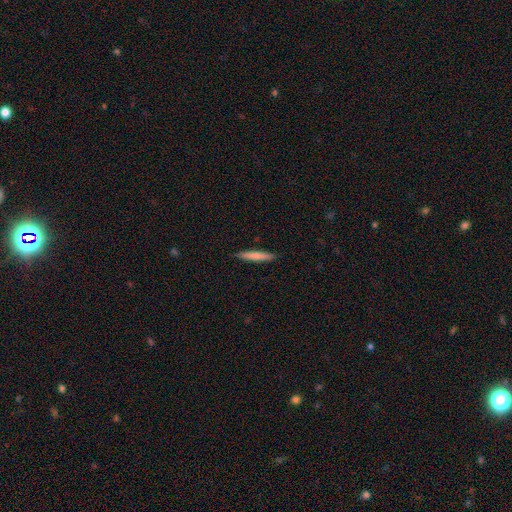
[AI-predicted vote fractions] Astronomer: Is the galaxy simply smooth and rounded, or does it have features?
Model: smooth — 74%.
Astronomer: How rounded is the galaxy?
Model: cigar-shaped — 94%.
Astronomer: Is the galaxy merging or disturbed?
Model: none — 90%.